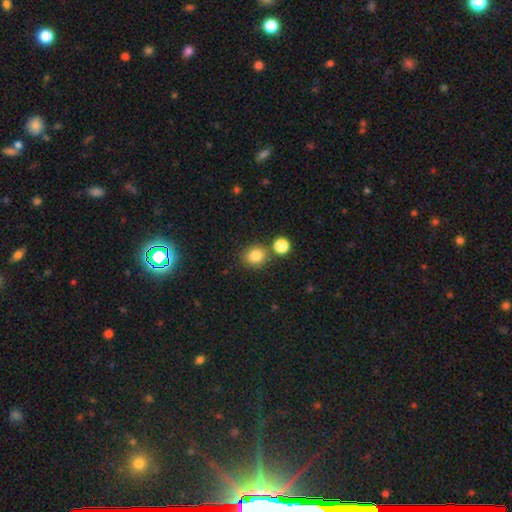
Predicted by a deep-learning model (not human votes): smooth-or-featured: smooth: 82% | star or artifact: 12% | featured or disk: 6%
  how-rounded: round: 78% | in between: 21% | cigar-shaped: 1%
  merging: none: 74% | merger: 12% | minor disturbance: 10% | major disturbance: 3%